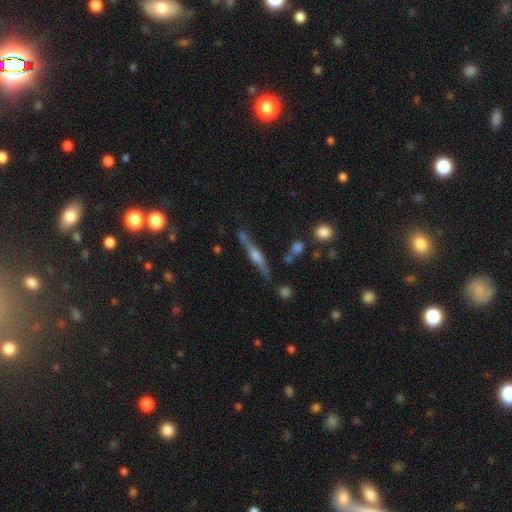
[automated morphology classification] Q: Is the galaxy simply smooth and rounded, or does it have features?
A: featured or disk — 75%.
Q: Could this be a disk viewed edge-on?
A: yes — 97%.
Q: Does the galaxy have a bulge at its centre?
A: rounded — 78%.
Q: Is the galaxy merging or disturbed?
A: none — 80%.